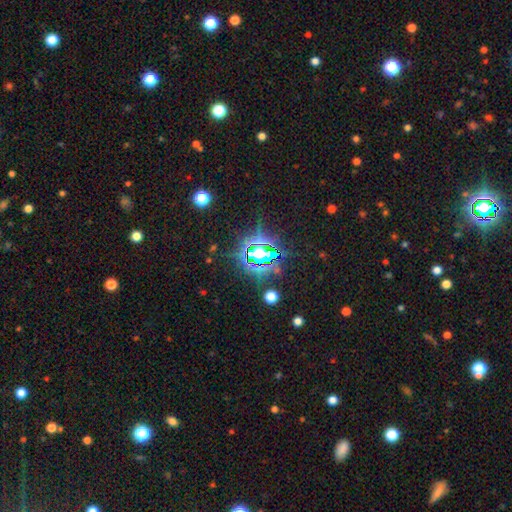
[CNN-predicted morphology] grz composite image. It shows a star or artifact, not a galaxy (75%).